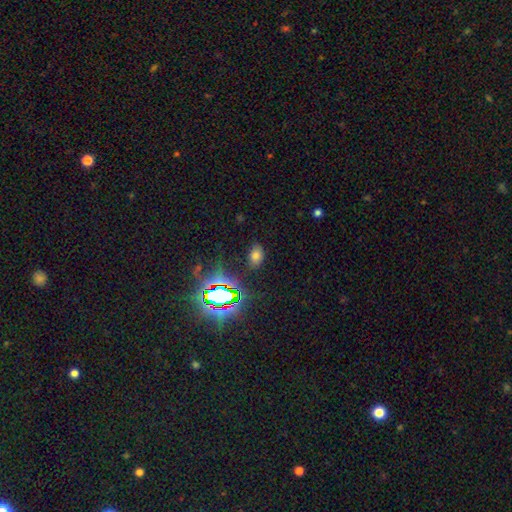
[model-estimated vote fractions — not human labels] Smooth or featured?
  - smooth: 64% *
  - star or artifact: 27%
  - featured or disk: 9%
How rounded?
  - in between: 81% *
  - round: 17%
  - cigar-shaped: 2%
Merging?
  - none: 80% *
  - minor disturbance: 13%
  - major disturbance: 4%
  - merger: 2%